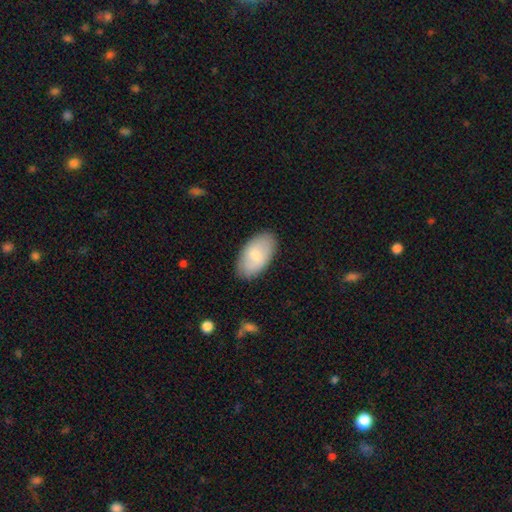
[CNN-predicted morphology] This is likely a smooth galaxy (72%). How rounded: clearly in between (95%). Merging: clearly none (85%).